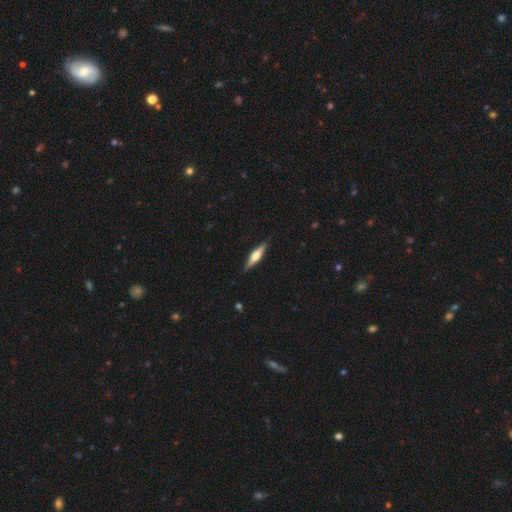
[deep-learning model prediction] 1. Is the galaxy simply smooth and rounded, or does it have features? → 57% featured or disk, 37% smooth, 5% star or artifact.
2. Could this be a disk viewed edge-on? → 96% yes, 4% no.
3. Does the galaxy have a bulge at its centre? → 89% rounded, 8% boxy, 3% none.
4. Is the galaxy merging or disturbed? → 88% none, 9% minor disturbance, 2% major disturbance, 1% merger.